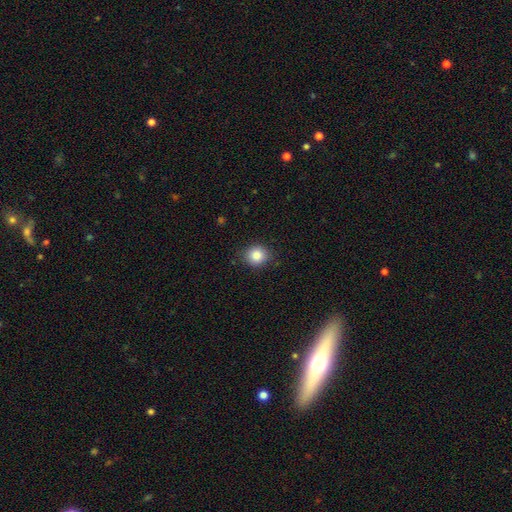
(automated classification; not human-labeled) Smooth or featured? smooth (85%)
How rounded? round (83%)
Merging? none (87%)